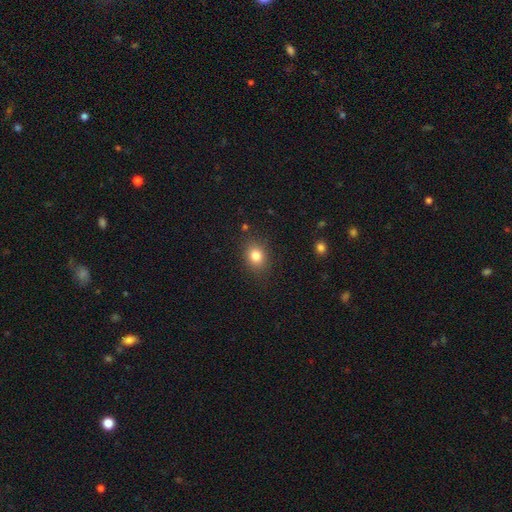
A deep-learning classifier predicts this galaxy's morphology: This appears to be a smooth galaxy with no disk features (81%) that is in between round and cigar-shaped (50%). Merging: none (84%).